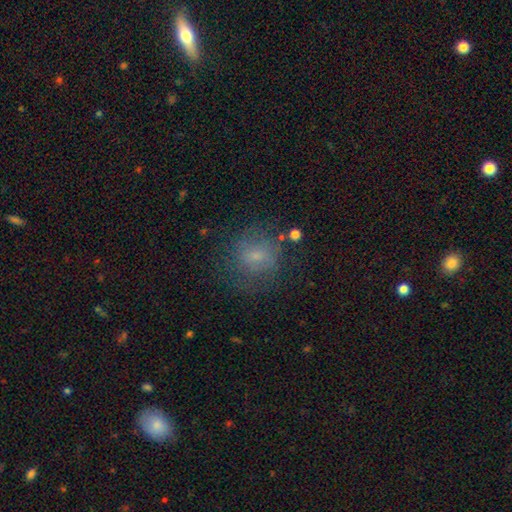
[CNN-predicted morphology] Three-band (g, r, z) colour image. It shows a smooth galaxy with no disk features (60%) that is round (79%). Merging: none (71%).